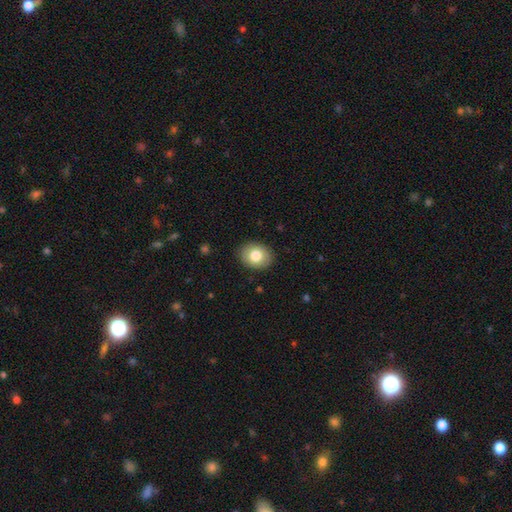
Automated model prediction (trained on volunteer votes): smooth-or-featured: smooth: 80% | featured or disk: 13% | star or artifact: 8%
  how-rounded: in between: 55% | round: 45% | cigar-shaped: 1%
  merging: none: 89% | minor disturbance: 8% | major disturbance: 2% | merger: 1%